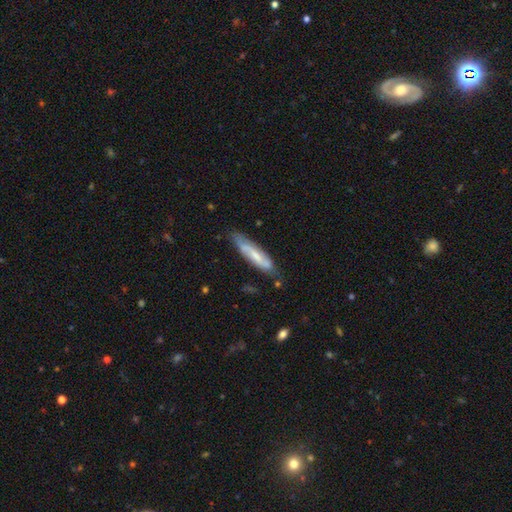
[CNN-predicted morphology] type=featured or disk (52%); edge-on=no (60%); merging=none (74%).